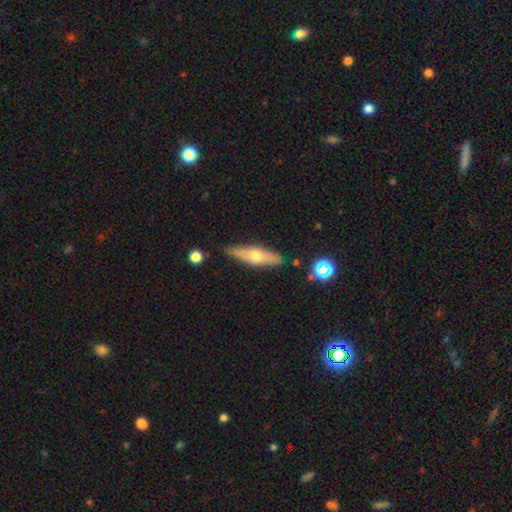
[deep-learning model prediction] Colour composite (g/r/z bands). It shows a featured or disk galaxy (47%). Merging: none (85%).